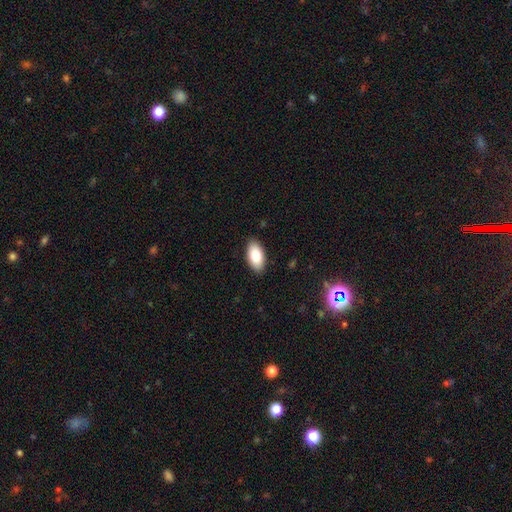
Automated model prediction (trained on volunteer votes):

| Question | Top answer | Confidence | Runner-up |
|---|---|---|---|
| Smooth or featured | smooth | 85% | featured or disk (9%) |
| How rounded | in between | 95% | cigar-shaped (3%) |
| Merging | none | 89% | minor disturbance (8%) |